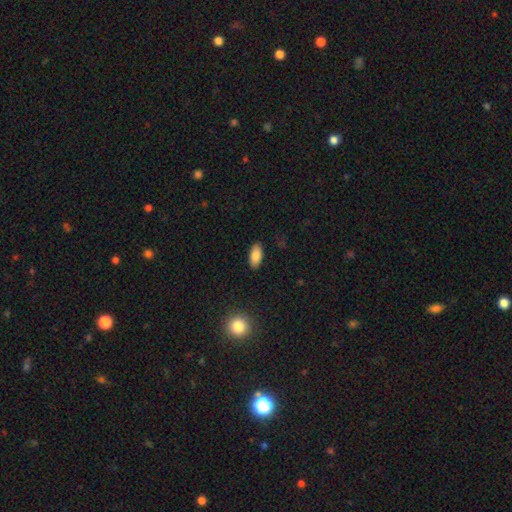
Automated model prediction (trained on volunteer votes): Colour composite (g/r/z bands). It shows a smooth galaxy with no disk features (86%) that is in between round and cigar-shaped (91%). Merging: none (88%).